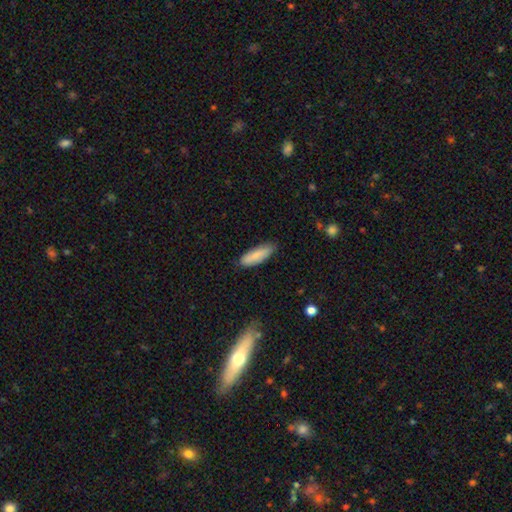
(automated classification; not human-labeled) smooth 83%, featured or disk 11%, star or artifact 6%. Down the decision tree: how rounded — in between (54%); merging — none (81%).